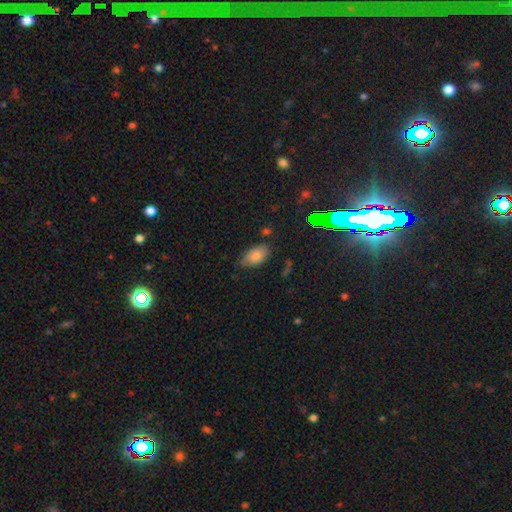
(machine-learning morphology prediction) Smooth or featured?
  - smooth: 80% *
  - featured or disk: 11%
  - star or artifact: 10%
How rounded?
  - in between: 93% *
  - round: 5%
  - cigar-shaped: 3%
Merging?
  - none: 70% *
  - minor disturbance: 23%
  - major disturbance: 4%
  - merger: 2%